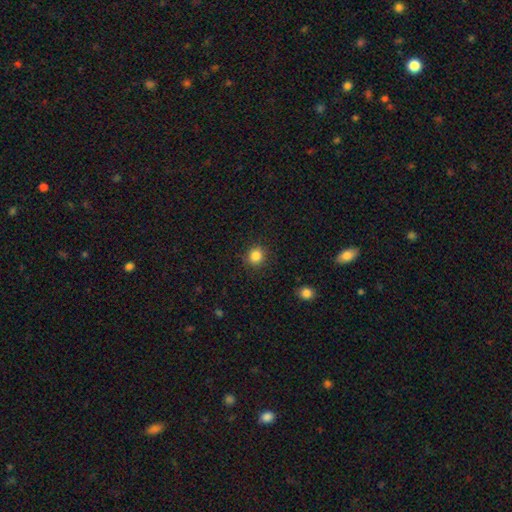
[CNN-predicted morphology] Q: Smooth or featured?
A: smooth (85%); runner-up: star or artifact (11%)
Q: How rounded?
A: round (89%); runner-up: in between (10%)
Q: Merging?
A: none (89%); runner-up: minor disturbance (7%)